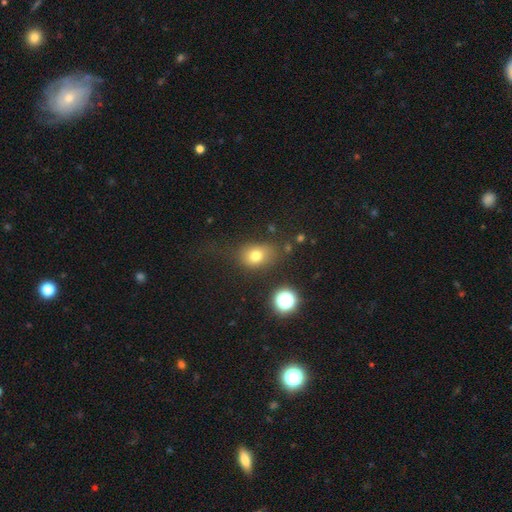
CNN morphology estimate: This appears to be a smooth galaxy with no disk features (74%) that is in between round and cigar-shaped (55%). Merging: none (67%).